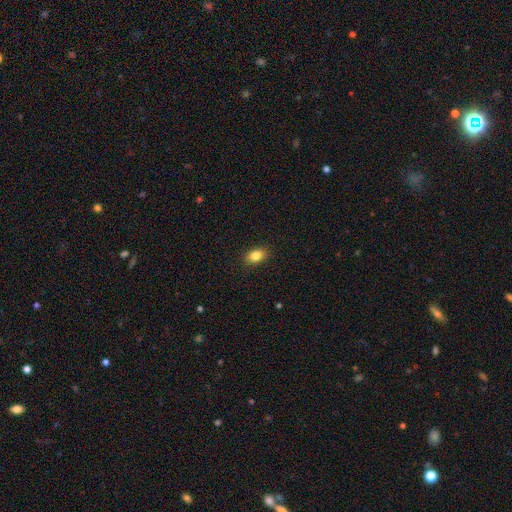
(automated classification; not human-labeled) Smooth or featured: smooth — 84% (star or artifact — 9%)
How rounded: in between — 81% (round — 18%)
Merging: none — 89% (minor disturbance — 8%)